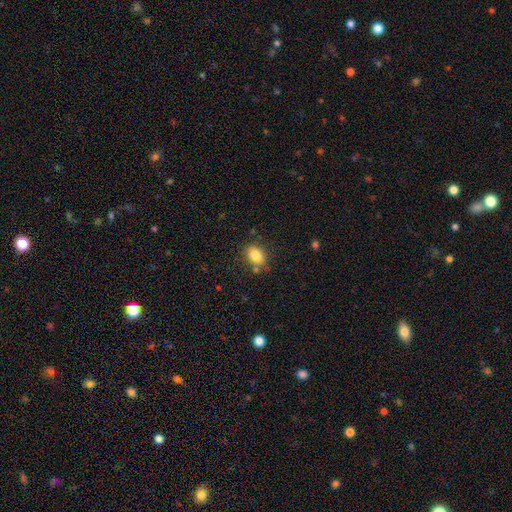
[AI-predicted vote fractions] Smooth or featured? smooth (83%)
How rounded? in between (81%)
Merging? none (77%)